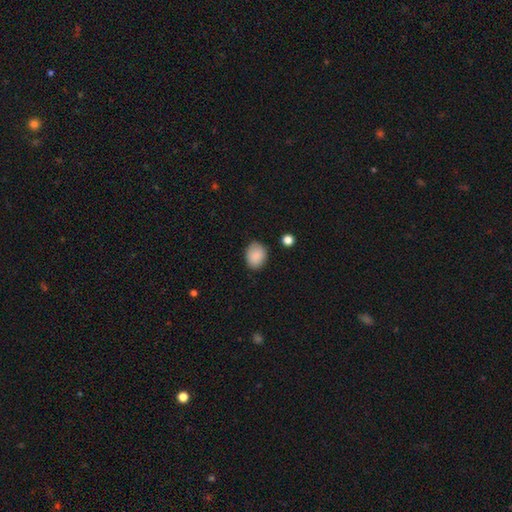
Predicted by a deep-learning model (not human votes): The model was most divided on "how rounded": in between: 58%, round: 42%, cigar-shaped: 1%. More confident: smooth or featured — smooth (88%); merging — none (81%).